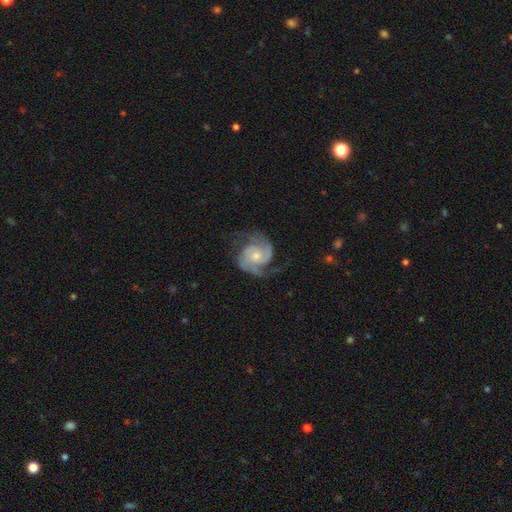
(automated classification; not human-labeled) This appears to be a featured or disk galaxy (89%) with no bar (69%), 2 (87%) medium (52%) spiral arms (98%) and a small central bulge (48%). Merging: none (70%).